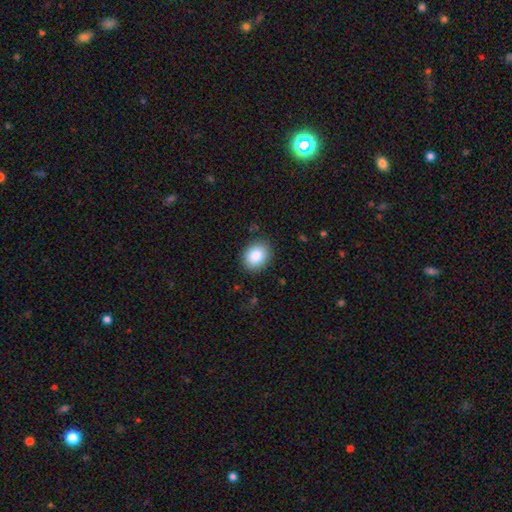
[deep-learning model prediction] Morphology: type=smooth (86%); roundness=in between (50%); merging=none (87%).